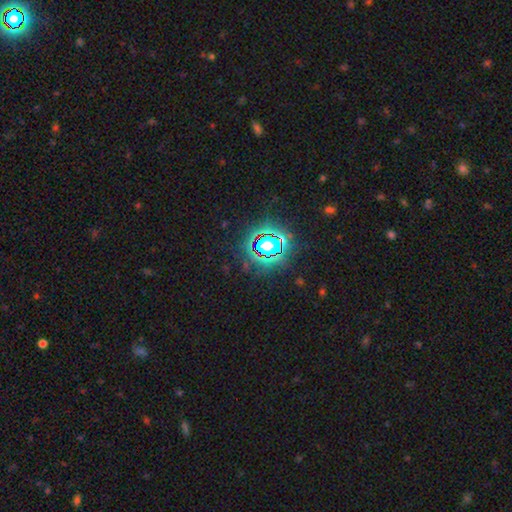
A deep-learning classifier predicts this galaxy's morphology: smooth_or_featured: star or artifact (p=0.81) [alt: smooth p=0.11]